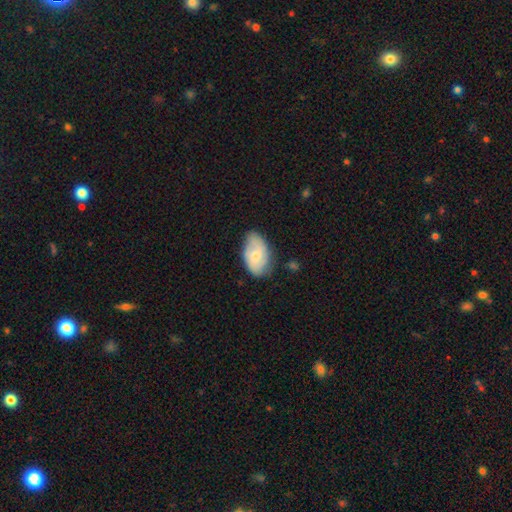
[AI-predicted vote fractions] smooth_or_featured: smooth (p=0.57) [alt: featured or disk p=0.37]
how_rounded: in between (p=0.91) [alt: round p=0.07]
merging: none (p=0.61) [alt: minor disturbance p=0.30]